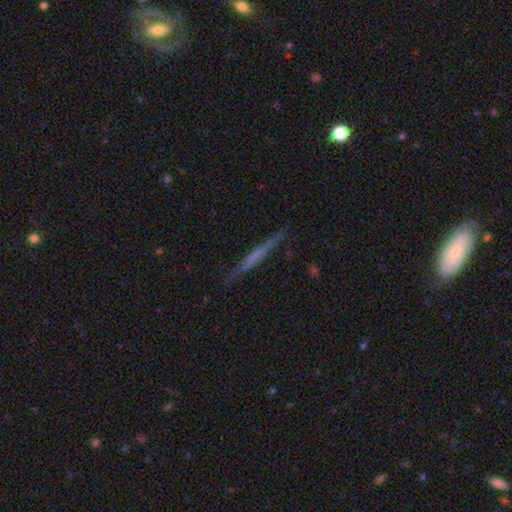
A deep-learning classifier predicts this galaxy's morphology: Smooth or featured?
  - featured or disk: 53% *
  - smooth: 40%
  - star or artifact: 7%
Edge-on disk?
  - yes: 97% *
  - no: 3%
Edge-on bulge?
  - none: 79% *
  - rounded: 12%
  - boxy: 9%
Merging?
  - none: 89% *
  - minor disturbance: 8%
  - major disturbance: 2%
  - merger: 1%